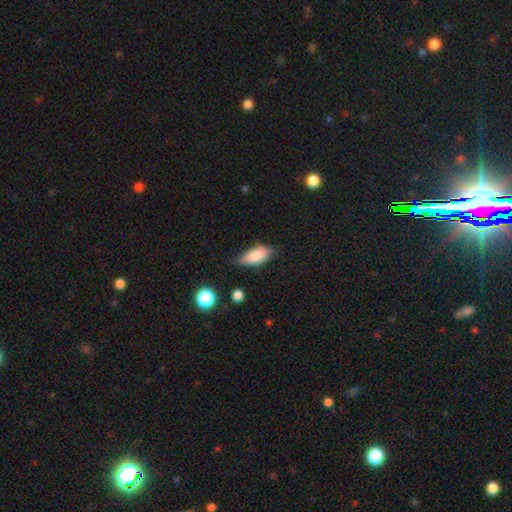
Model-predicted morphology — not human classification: smooth-or-featured: smooth: 84% | featured or disk: 8% | star or artifact: 7%
  how-rounded: in between: 83% | cigar-shaped: 14% | round: 3%
  merging: none: 75% | minor disturbance: 20% | major disturbance: 4% | merger: 2%